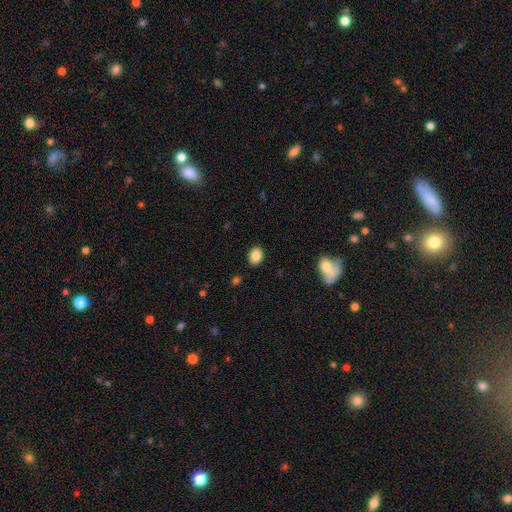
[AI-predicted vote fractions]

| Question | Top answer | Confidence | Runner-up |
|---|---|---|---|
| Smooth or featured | smooth | 86% | star or artifact (9%) |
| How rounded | in between | 58% | round (41%) |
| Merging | none | 89% | minor disturbance (8%) |